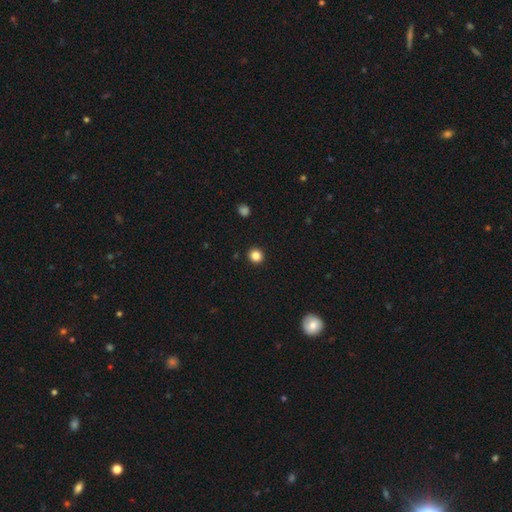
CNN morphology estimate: smooth_or_featured: smooth (p=0.85) [alt: star or artifact p=0.11]
how_rounded: round (p=0.92) [alt: in between p=0.07]
merging: none (p=0.93) [alt: minor disturbance p=0.04]